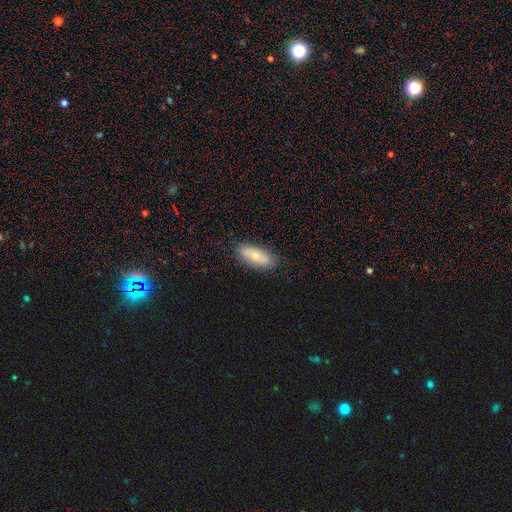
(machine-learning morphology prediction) A smooth galaxy with no disk features (64%) that is in between round and cigar-shaped (80%).

Vote fractions:
- Smooth or featured? smooth: 64% / featured or disk: 29% / star or artifact: 7%
- How rounded? in between: 80% / cigar-shaped: 17% / round: 3%
- Merging? none: 83% / minor disturbance: 13% / major disturbance: 3% / merger: 1%